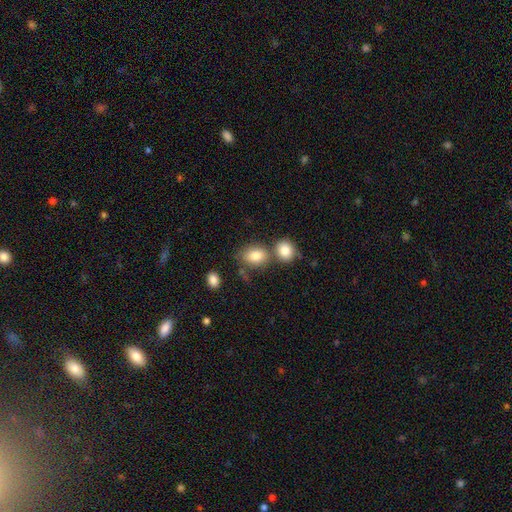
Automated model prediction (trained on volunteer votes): smooth-or-featured: smooth: 82% | featured or disk: 9% | star or artifact: 9%
  how-rounded: in between: 66% | round: 32% | cigar-shaped: 1%
  merging: none: 50% | merger: 32% | minor disturbance: 13% | major disturbance: 5%